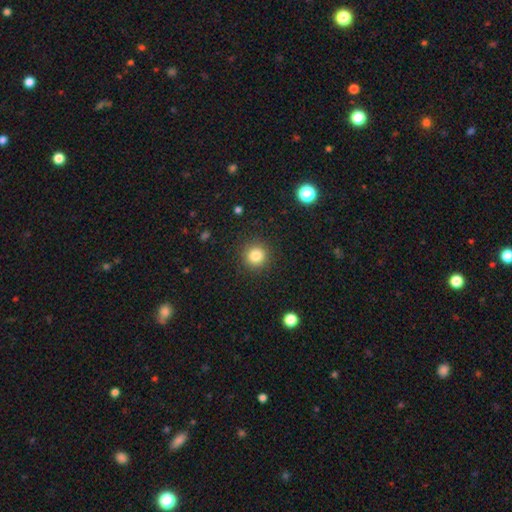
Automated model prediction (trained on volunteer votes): The model was most divided on "smooth or featured": smooth: 83%, star or artifact: 12%, featured or disk: 5%. More confident: how rounded — round (94%); merging — none (90%).